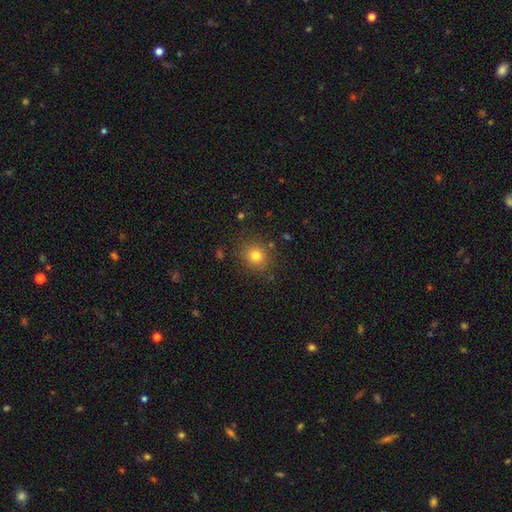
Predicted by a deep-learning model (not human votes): The model was most divided on "how rounded": round: 77%, in between: 22%, cigar-shaped: 1%. More confident: merging — none (84%); smooth or featured — smooth (79%).